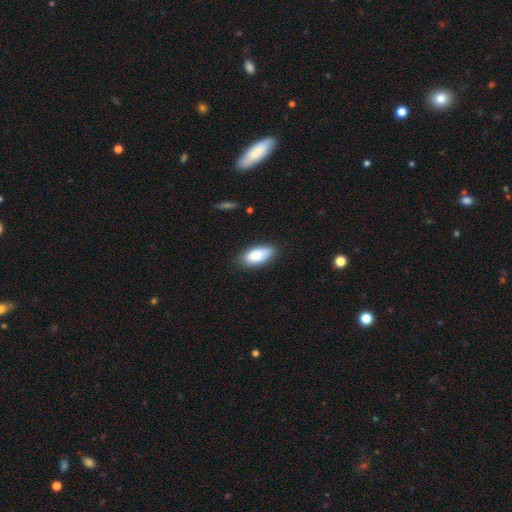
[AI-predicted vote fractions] Q: Smooth or featured?
A: smooth (83%); runner-up: featured or disk (11%)
Q: How rounded?
A: in between (89%); runner-up: cigar-shaped (8%)
Q: Merging?
A: none (78%); runner-up: minor disturbance (17%)